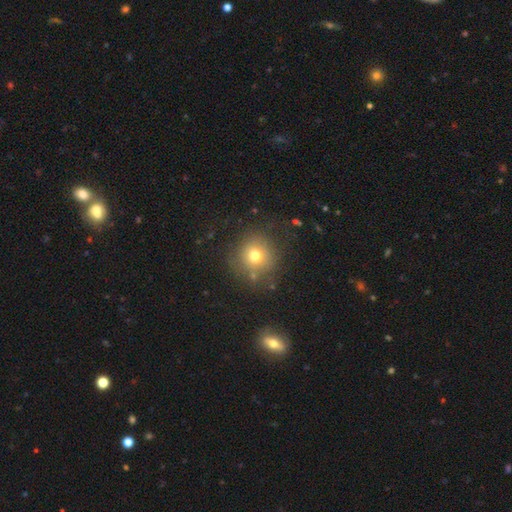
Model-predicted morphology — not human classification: The model was most divided on "smooth or featured": smooth: 72%, star or artifact: 15%, featured or disk: 13%. More confident: how rounded — round (91%); merging — none (78%).